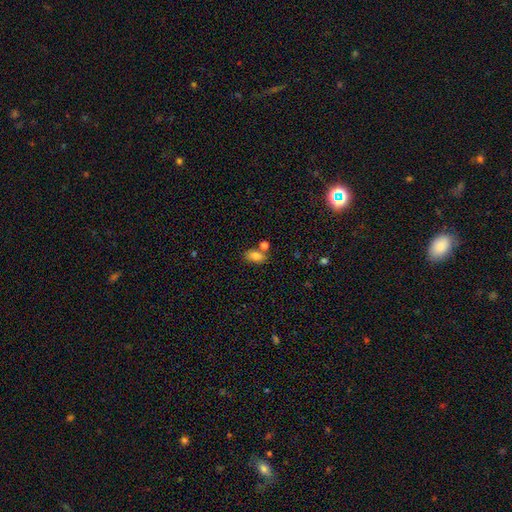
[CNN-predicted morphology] This appears to be a smooth galaxy with no disk features (80%) that is in between round and cigar-shaped (86%). Merging: none (66%).